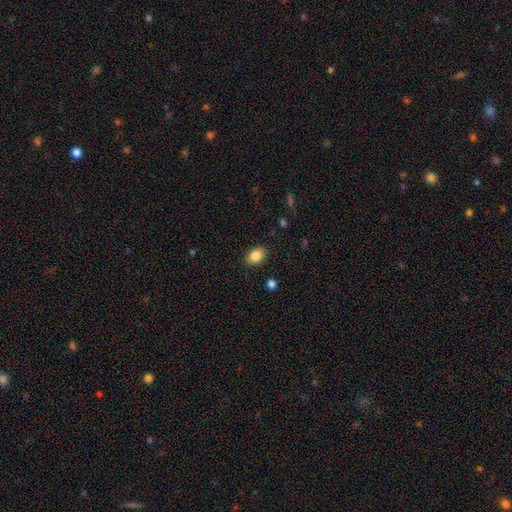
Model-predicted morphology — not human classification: Smooth or featured: smooth — 85% (star or artifact — 8%)
How rounded: in between — 78% (round — 21%)
Merging: none — 88% (minor disturbance — 9%)